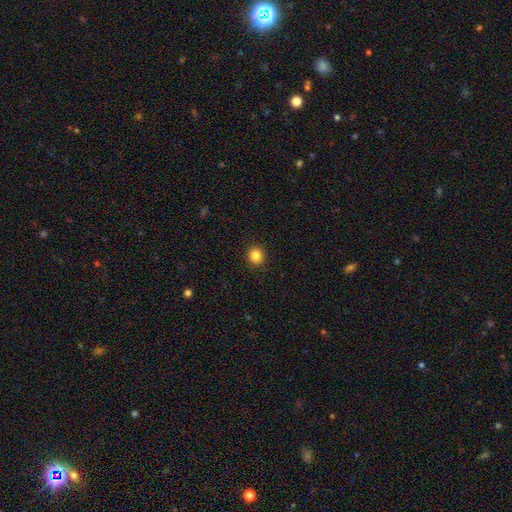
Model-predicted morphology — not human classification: A smooth galaxy with no disk features (86%) that is round (87%). Merging: none (92%).